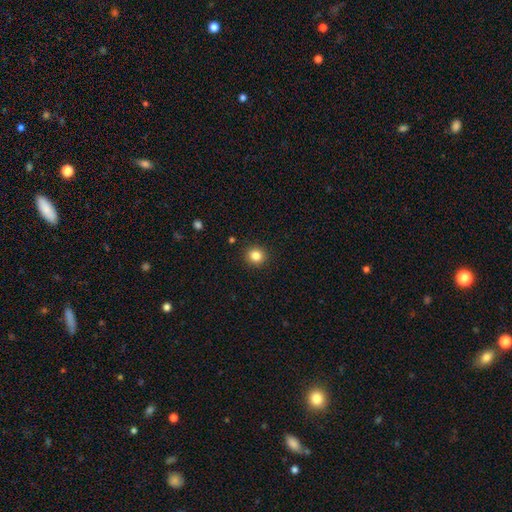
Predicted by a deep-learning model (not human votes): smooth 84%, star or artifact 11%, featured or disk 5%. Down the decision tree: how rounded — round (89%); merging — none (92%).